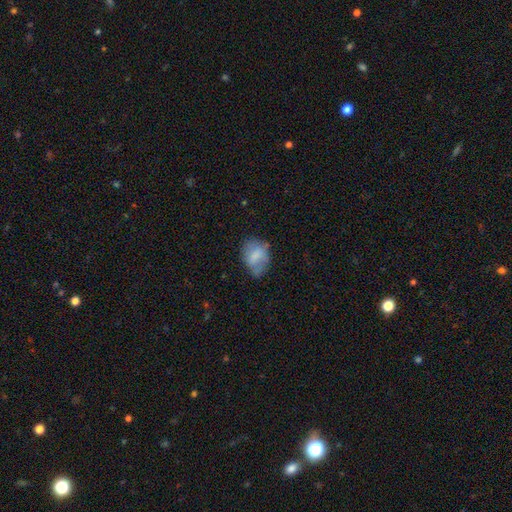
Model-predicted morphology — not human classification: Overall: smooth (71%). How rounded: in between (73%). Merging: none (51%; minor disturbance 33%).